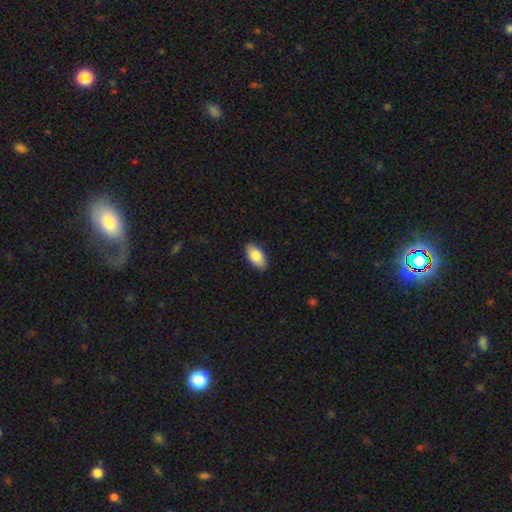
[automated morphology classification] smooth-or-featured: smooth: 83% | featured or disk: 11% | star or artifact: 6%
  how-rounded: in between: 92% | cigar-shaped: 5% | round: 3%
  merging: none: 88% | minor disturbance: 10% | major disturbance: 2% | merger: 1%